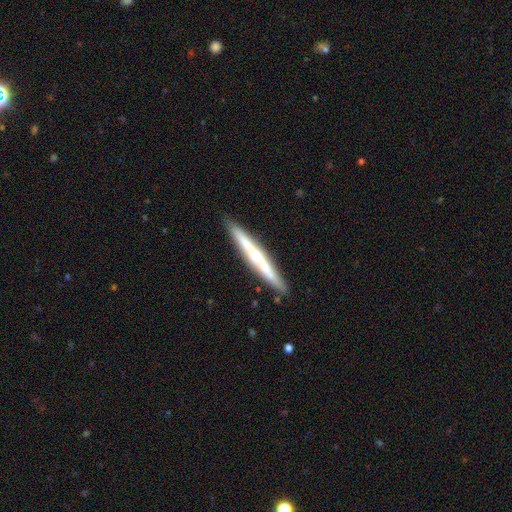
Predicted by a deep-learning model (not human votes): A featured or disk galaxy (63%) viewed edge-on (95%) with a rounded central bulge (67%).

Vote fractions:
- Smooth or featured? featured or disk: 63% / smooth: 31% / star or artifact: 6%
- Edge-on disk? yes: 95% / no: 5%
- Edge-on bulge? rounded: 67% / none: 28% / boxy: 5%
- Merging? none: 89% / minor disturbance: 8% / merger: 2% / major disturbance: 2%